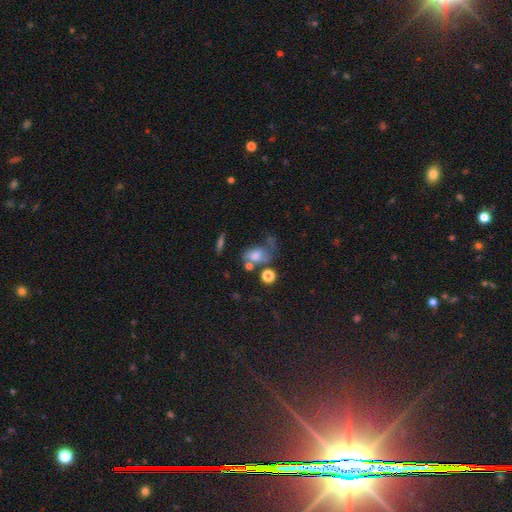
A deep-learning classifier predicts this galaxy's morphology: Smooth or featured?
  - smooth: 64% *
  - featured or disk: 23%
  - star or artifact: 14%
How rounded?
  - in between: 72% *
  - round: 25%
  - cigar-shaped: 3%
Merging?
  - major disturbance: 29% * (tied)
  - none: 29% * (tied)
  - minor disturbance: 22%
  - merger: 20%